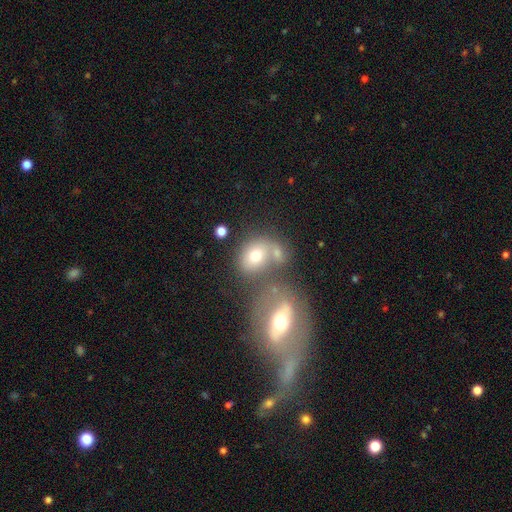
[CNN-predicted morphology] smooth 65%, featured or disk 23%, star or artifact 13%. Down the decision tree: how rounded — in between (52%); merging — merger (43%).